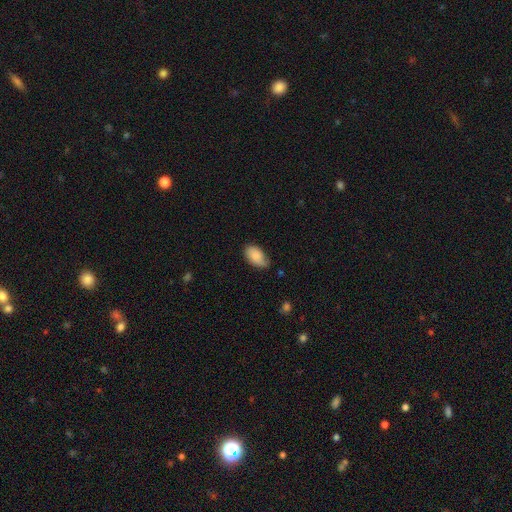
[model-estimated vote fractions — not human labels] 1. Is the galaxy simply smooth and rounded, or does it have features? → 81% smooth, 12% featured or disk, 7% star or artifact.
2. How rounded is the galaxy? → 93% in between, 5% round, 2% cigar-shaped.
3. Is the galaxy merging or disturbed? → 59% none, 33% minor disturbance, 6% major disturbance, 2% merger.